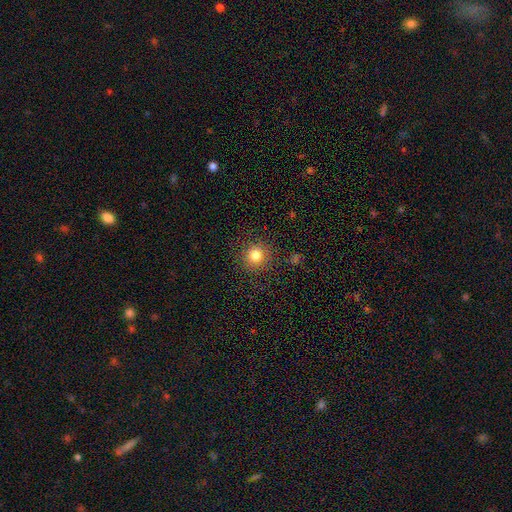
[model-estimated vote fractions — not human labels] smooth 80%, star or artifact 14%, featured or disk 7%. Down the decision tree: how rounded — round (94%); merging — none (90%).